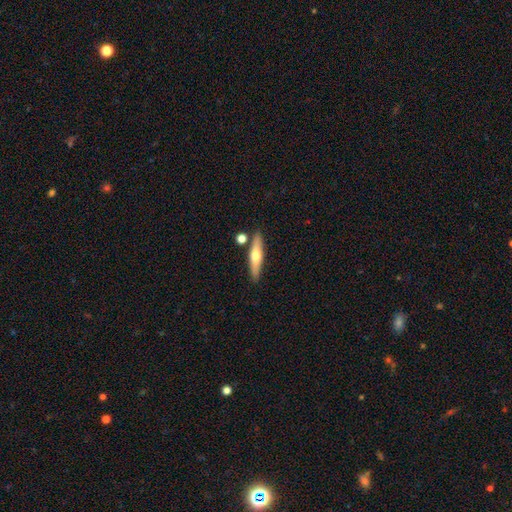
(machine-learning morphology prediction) smooth 49%, featured or disk 45%, star or artifact 6%. Down the decision tree: merging — none (82%).